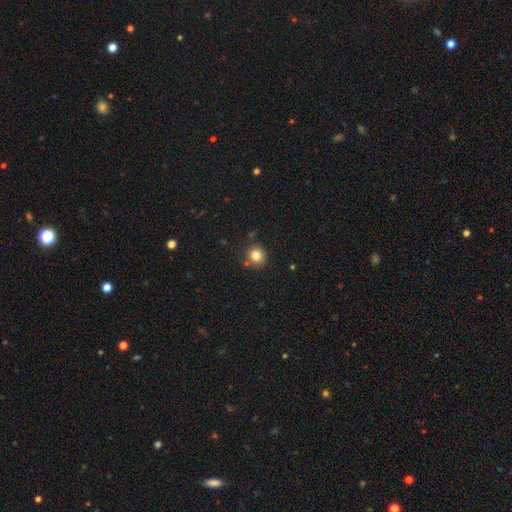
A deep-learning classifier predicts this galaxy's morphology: smooth 81%, star or artifact 12%, featured or disk 7%. Down the decision tree: how rounded — round (88%); merging — none (82%).